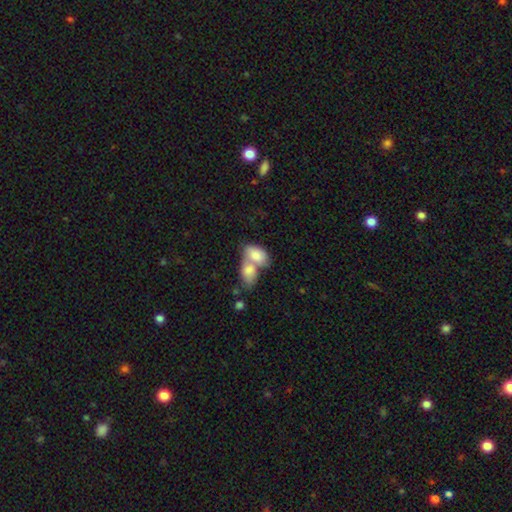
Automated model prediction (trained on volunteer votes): smooth_or_featured: smooth (p=0.80) [alt: featured or disk p=0.14]
how_rounded: in between (p=0.91) [alt: round p=0.07]
merging: merger (p=0.73) [alt: none p=0.17]